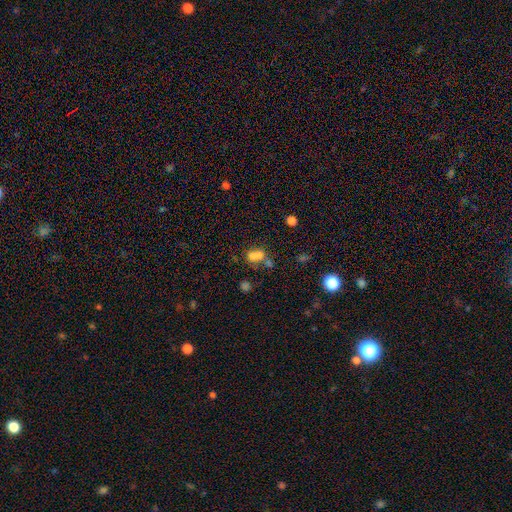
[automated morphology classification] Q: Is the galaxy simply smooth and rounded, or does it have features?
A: smooth — 64%.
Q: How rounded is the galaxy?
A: round — 52%.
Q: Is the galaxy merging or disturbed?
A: merger — 56%.